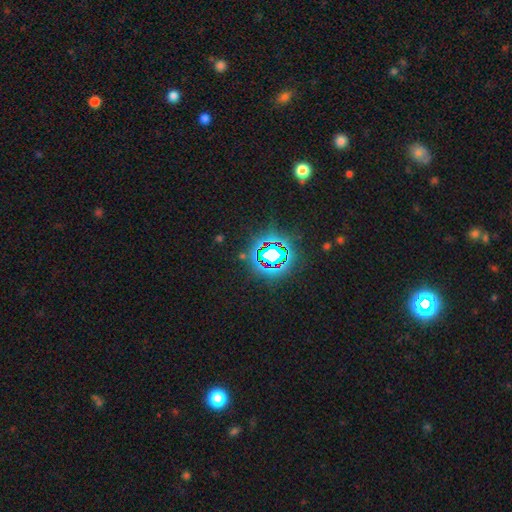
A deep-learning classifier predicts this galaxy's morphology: smooth-or-featured: star or artifact: 81% | smooth: 11% | featured or disk: 8%